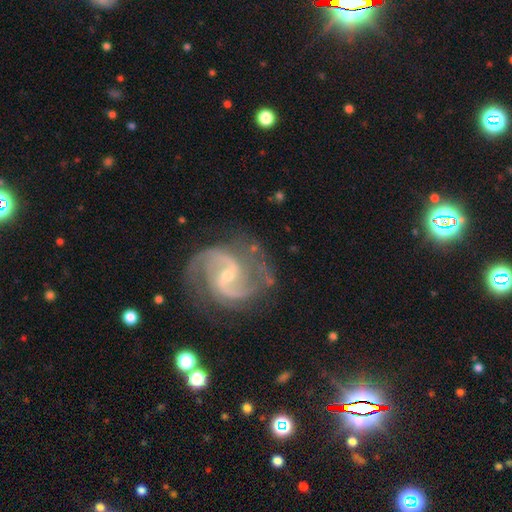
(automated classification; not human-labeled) A featured or disk galaxy (91%) with a weak bar (46%), 2 (90%) medium (61%) spiral arms (98%) and a small central bulge (71%).

Vote fractions:
- Smooth or featured? featured or disk: 91% / star or artifact: 6% / smooth: 3%
- Edge-on disk? no: 98% / yes: 2%
- Bar? weak: 46% / no: 32% / strong: 22%
- Spiral arms? yes: 98% / no: 2%
- Spiral winding? medium: 61% / tight: 21% / loose: 18%
- Spiral arm count? 2: 90% / 3: 3% / can't tell: 3% / 1: 2% / 4: 1% / more than 4: 1%
- Bulge size? small: 71% / moderate: 25% / none: 2% / large: 1% / dominant: 1%
- Merging? none: 76% / minor disturbance: 15% / major disturbance: 7% / merger: 2%